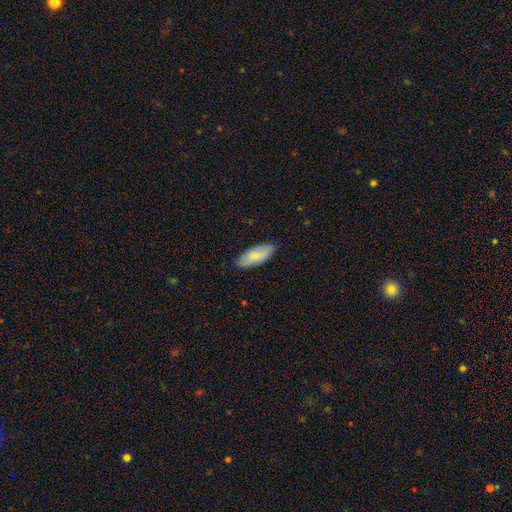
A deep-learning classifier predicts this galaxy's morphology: A smooth galaxy with no disk features (77%) that is in between round and cigar-shaped (85%). Merging: none (85%).